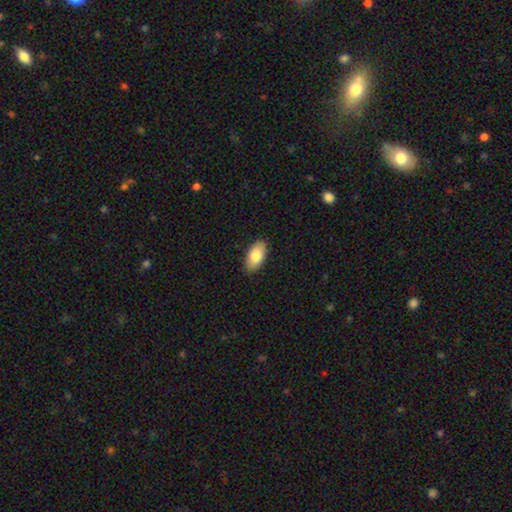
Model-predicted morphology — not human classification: Q: Smooth or featured?
A: smooth (83%); runner-up: featured or disk (11%)
Q: How rounded?
A: in between (94%); runner-up: cigar-shaped (4%)
Q: Merging?
A: none (89%); runner-up: minor disturbance (8%)